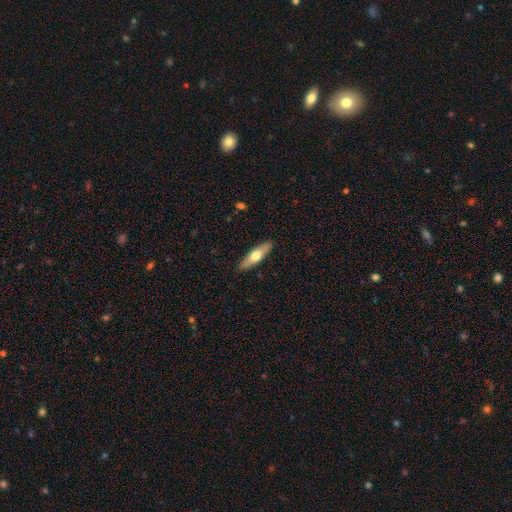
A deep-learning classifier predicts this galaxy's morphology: smooth 55%, featured or disk 40%, star or artifact 5%. Down the decision tree: how rounded — cigar-shaped (65%); merging — none (90%).